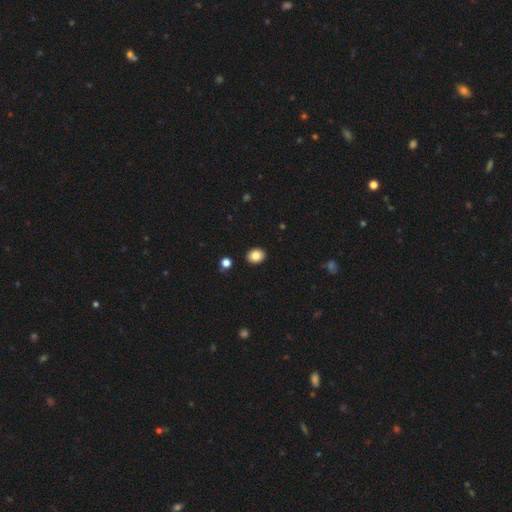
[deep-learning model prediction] Smooth or featured: smooth — 85% (star or artifact — 9%)
How rounded: round — 54% (in between — 45%)
Merging: none — 91% (minor disturbance — 6%)